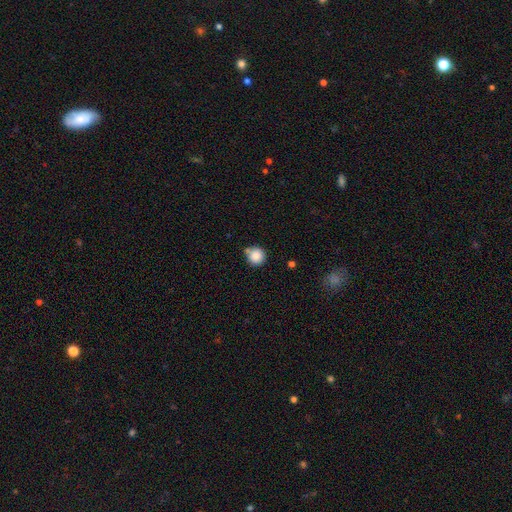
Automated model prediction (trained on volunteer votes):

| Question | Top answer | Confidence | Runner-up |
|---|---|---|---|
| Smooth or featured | smooth | 86% | star or artifact (9%) |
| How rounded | round | 94% | in between (5%) |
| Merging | none | 70% | minor disturbance (14%) |